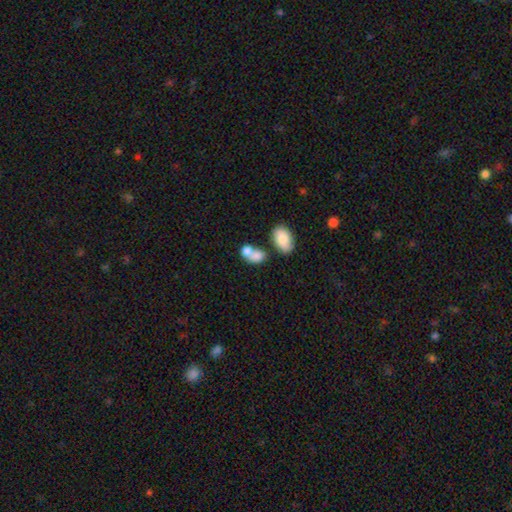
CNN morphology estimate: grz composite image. It shows a smooth galaxy with no disk features (76%) that is in between round and cigar-shaped (70%). Merging: merger (57%).